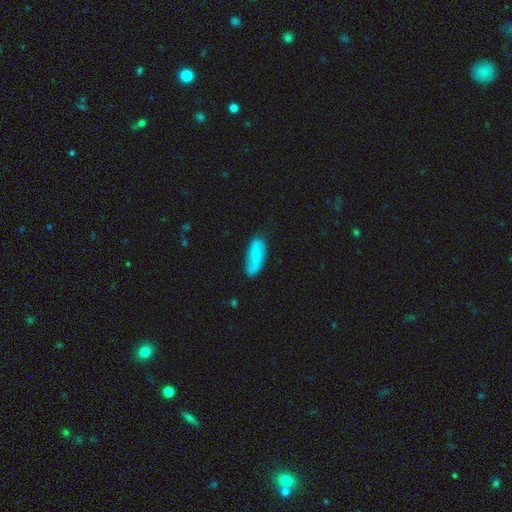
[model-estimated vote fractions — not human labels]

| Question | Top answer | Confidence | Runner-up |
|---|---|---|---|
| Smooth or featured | smooth | 48% | featured or disk (45%) |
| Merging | none | 70% | minor disturbance (21%) |